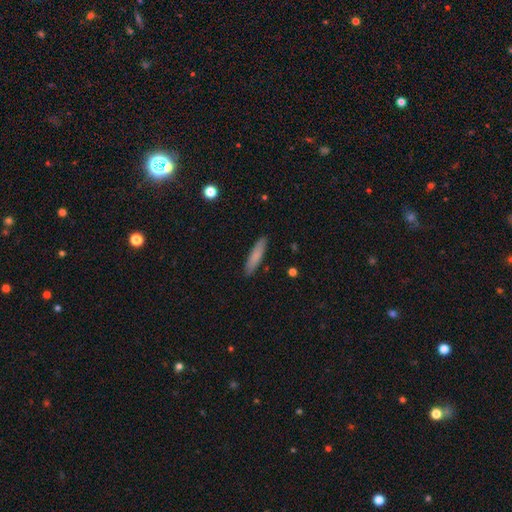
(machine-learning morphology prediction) Smooth or featured: smooth — 80% (featured or disk — 14%)
How rounded: cigar-shaped — 85% (in between — 13%)
Merging: none — 89% (minor disturbance — 8%)